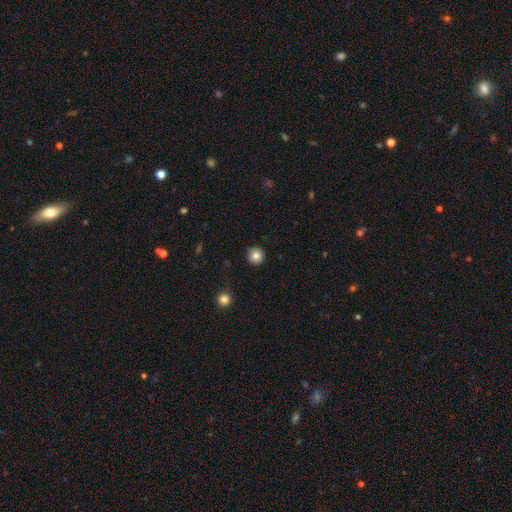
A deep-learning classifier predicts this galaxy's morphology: A smooth galaxy with no disk features (83%) that is round (95%).

Vote fractions:
- Smooth or featured? smooth: 83% / star or artifact: 10% / featured or disk: 7%
- How rounded? round: 95% / in between: 4% / cigar-shaped: 1%
- Merging? none: 92% / minor disturbance: 5% / major disturbance: 2% / merger: 1%